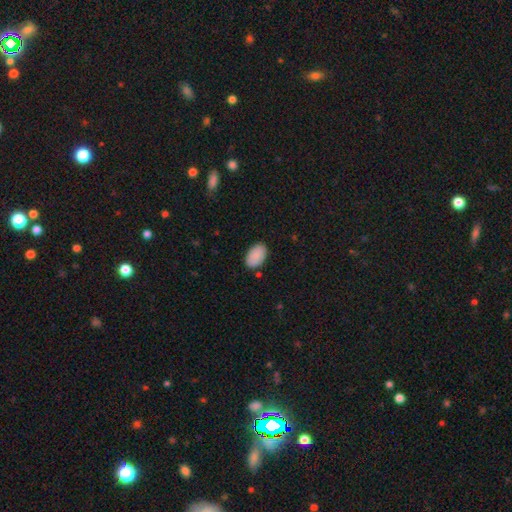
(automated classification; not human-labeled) A smooth galaxy with no disk features (90%) that is in between round and cigar-shaped (94%).

Vote fractions:
- Smooth or featured? smooth: 90% / star or artifact: 6% / featured or disk: 3%
- How rounded? in between: 94% / round: 5% / cigar-shaped: 1%
- Merging? none: 85% / minor disturbance: 11% / major disturbance: 2% / merger: 2%